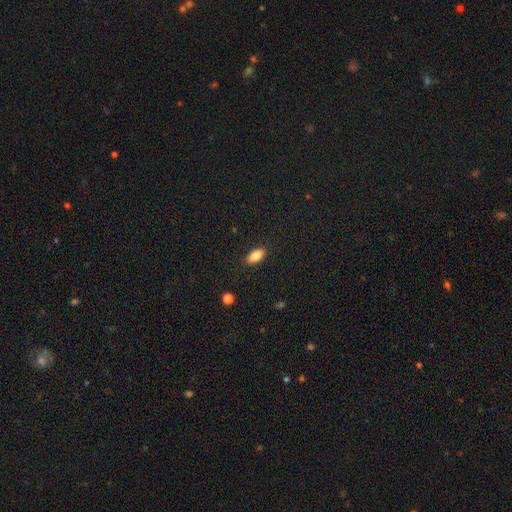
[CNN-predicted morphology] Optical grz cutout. It shows a smooth galaxy with no disk features (84%) that is in between round and cigar-shaped (90%). Merging: none (87%).